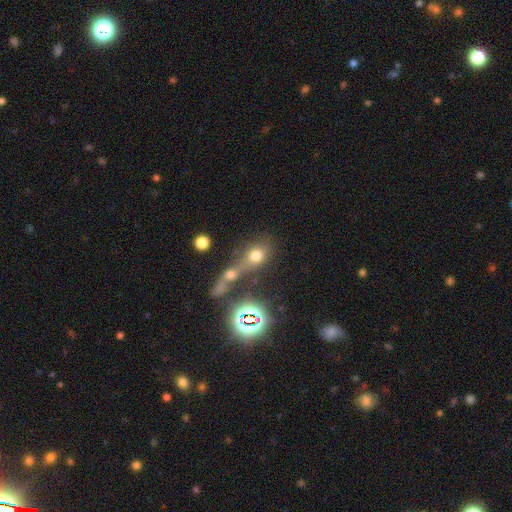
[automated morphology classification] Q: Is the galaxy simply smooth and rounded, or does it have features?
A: smooth — 63%.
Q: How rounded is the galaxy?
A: round — 52%.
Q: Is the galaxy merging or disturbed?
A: merger — 48%.